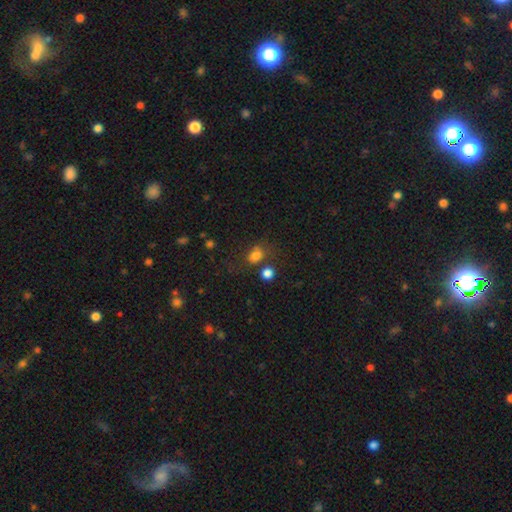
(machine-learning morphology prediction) smooth-or-featured: smooth: 77% | star or artifact: 15% | featured or disk: 8%
  how-rounded: in between: 58% | round: 41% | cigar-shaped: 2%
  merging: none: 52% | minor disturbance: 19% | merger: 17% | major disturbance: 12%